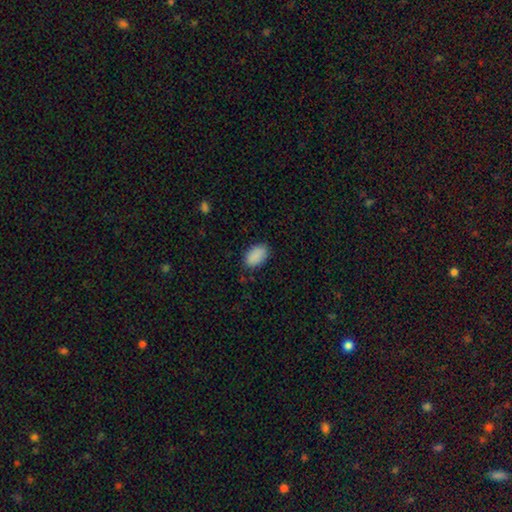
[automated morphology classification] This is clearly a smooth galaxy (90%). How rounded: clearly in between (92%). Merging: clearly none (83%).